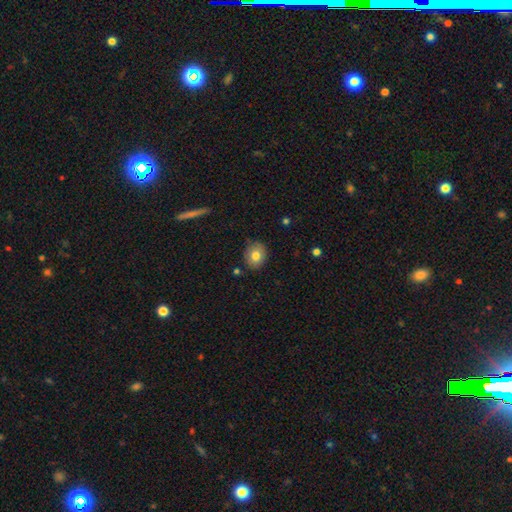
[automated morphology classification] smooth_or_featured: smooth (p=0.79) [alt: featured or disk p=0.12]
how_rounded: round (p=0.63) [alt: in between p=0.36]
merging: none (p=0.85) [alt: minor disturbance p=0.11]